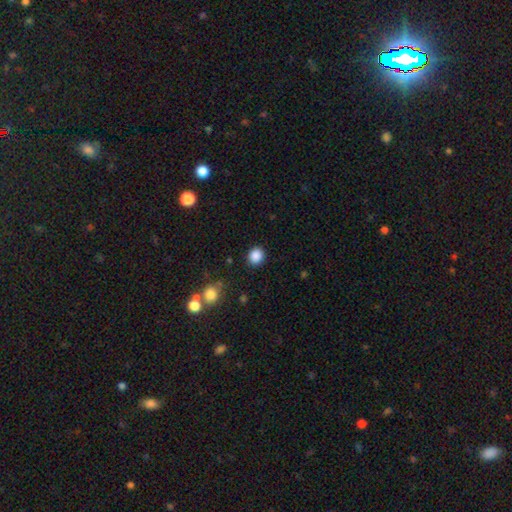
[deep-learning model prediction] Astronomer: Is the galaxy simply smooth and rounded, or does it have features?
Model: smooth — 87%.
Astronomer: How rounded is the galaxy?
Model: round — 78%.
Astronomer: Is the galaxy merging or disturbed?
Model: none — 88%.